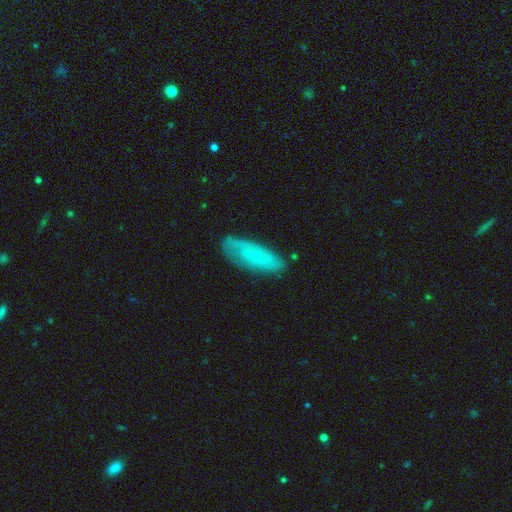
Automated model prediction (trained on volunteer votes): This is possibly a featured or disk galaxy (51%). It is clearly not viewed edge-on (84%). Merging: likely none (75%).